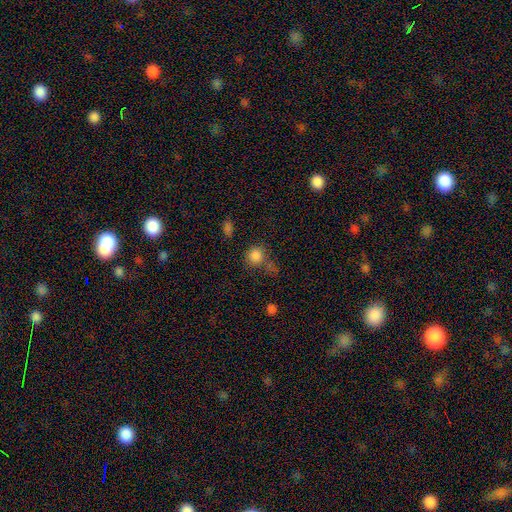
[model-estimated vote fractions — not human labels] Smooth or featured? smooth (80%)
How rounded? round (85%)
Merging? none (60%)